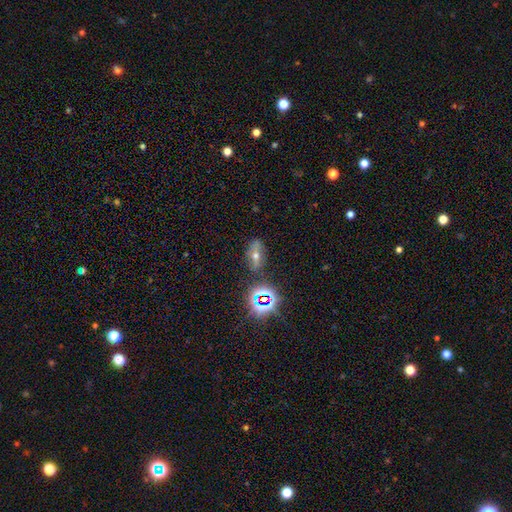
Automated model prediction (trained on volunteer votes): Q: Smooth or featured?
A: star or artifact (35%); runner-up: featured or disk (34%)